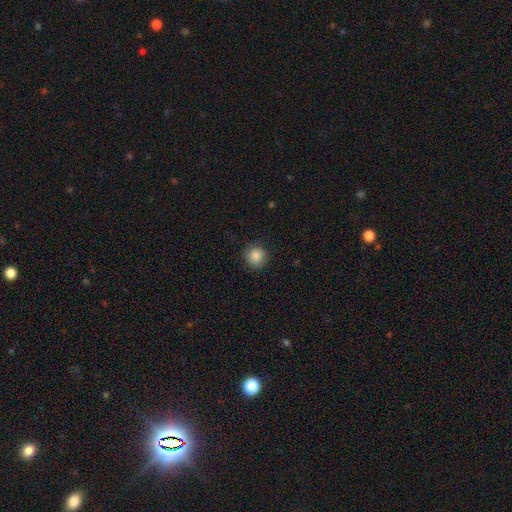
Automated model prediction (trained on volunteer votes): Morphology: type=smooth (86%); roundness=round (92%); merging=none (88%).